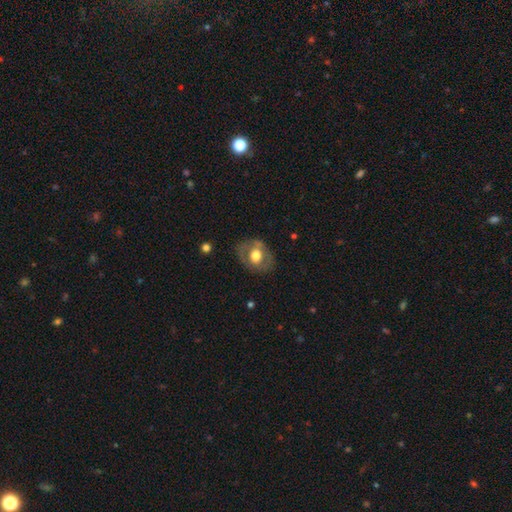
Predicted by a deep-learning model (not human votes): This appears to be a featured or disk galaxy (47%). Merging: none (74%).